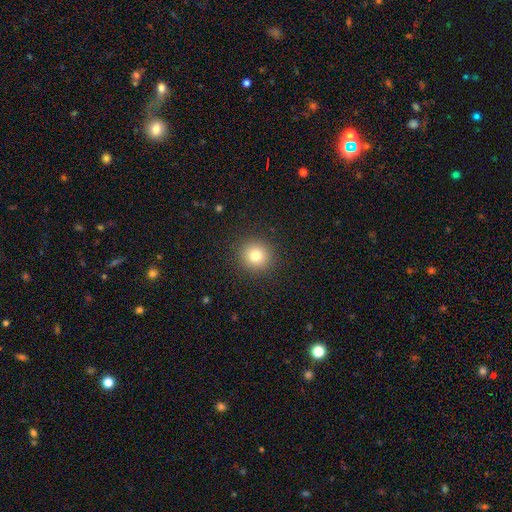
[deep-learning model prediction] Smooth or featured? Predicted: smooth (p=0.79). How rounded? Predicted: round (p=0.93). Merging? Predicted: none (p=0.92).